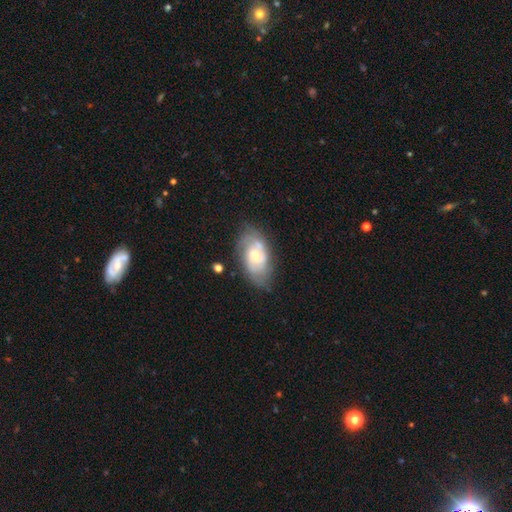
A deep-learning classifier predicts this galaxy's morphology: Q: Smooth or featured?
A: featured or disk (63%); runner-up: smooth (29%)
Q: Edge-on disk?
A: no (94%); runner-up: yes (6%)
Q: Bar?
A: no (59%); runner-up: weak (35%)
Q: Spiral arms?
A: yes (80%); runner-up: no (20%)
Q: Bulge size?
A: moderate (47%); runner-up: small (45%)
Q: Merging?
A: none (67%); runner-up: minor disturbance (22%)